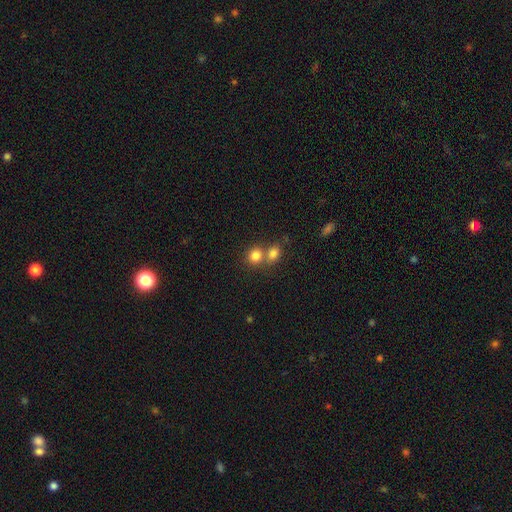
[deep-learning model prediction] This appears to be a smooth galaxy with no disk features (81%) that is round (78%). Merging: merger (47%).